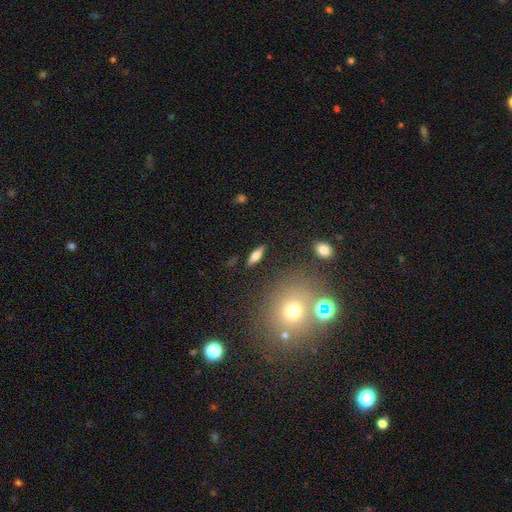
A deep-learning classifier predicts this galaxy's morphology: Overall: smooth (60%; featured or disk 31%). How rounded: in between (50%; cigar-shaped 46%). Merging: none (87%).